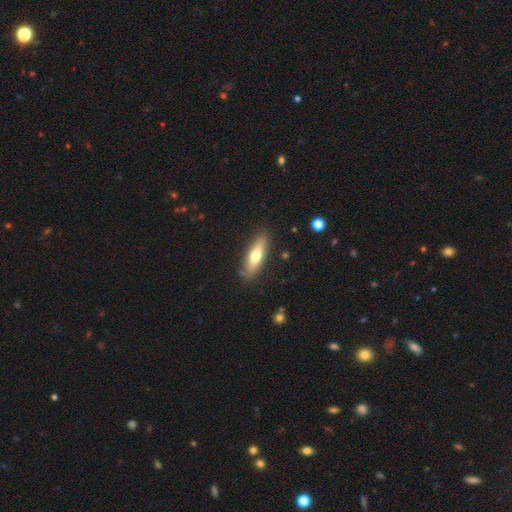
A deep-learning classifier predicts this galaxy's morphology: A smooth galaxy with no disk features (61%) that is cigar-shaped (61%). Merging: none (86%).